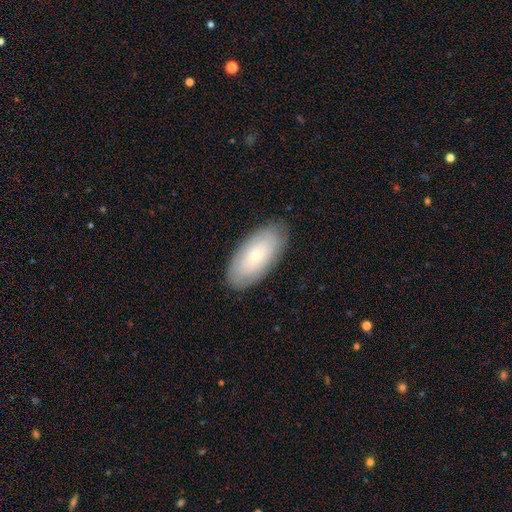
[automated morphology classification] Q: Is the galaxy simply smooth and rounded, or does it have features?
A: smooth — 58%.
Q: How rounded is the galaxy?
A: in between — 93%.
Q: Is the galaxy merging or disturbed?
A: none — 85%.